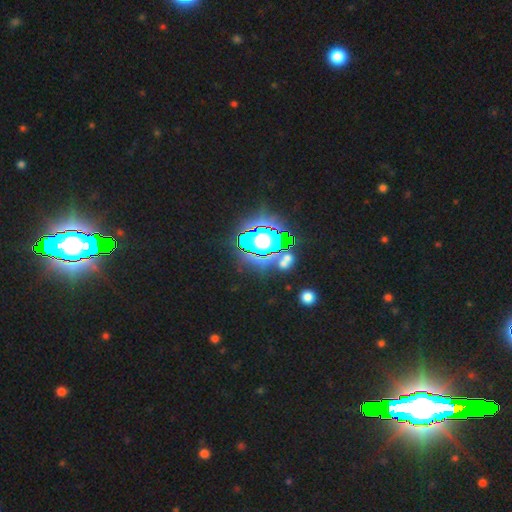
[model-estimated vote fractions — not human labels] smooth_or_featured: star or artifact (p=0.86) [alt: smooth p=0.08]